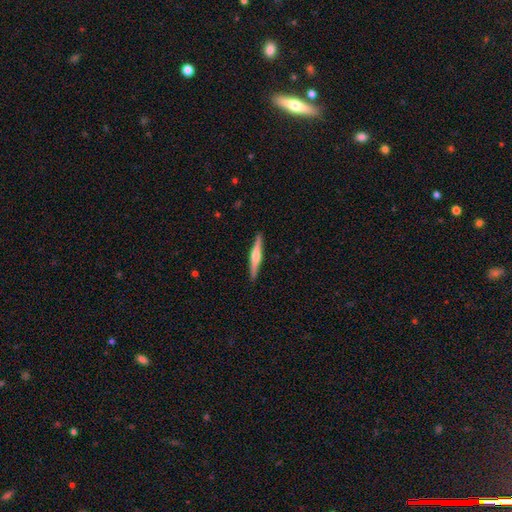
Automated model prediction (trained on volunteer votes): featured or disk 65%, smooth 30%, star or artifact 5%. Down the decision tree: edge-on disk — yes (98%); edge-on bulge — rounded (84%); merging — none (91%).